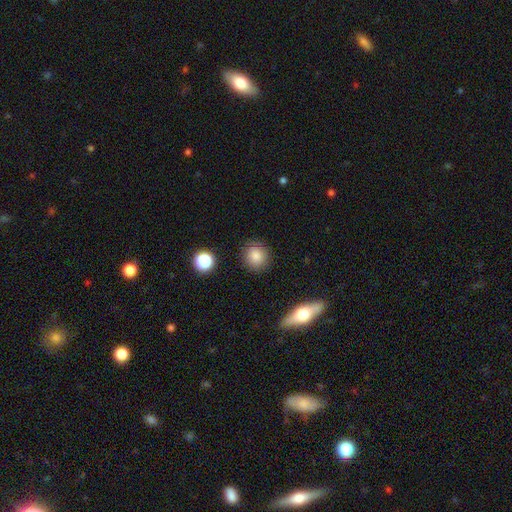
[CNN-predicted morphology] The model was most divided on "smooth or featured": smooth: 83%, star or artifact: 10%, featured or disk: 7%. More confident: how rounded — round (88%); merging — none (85%).